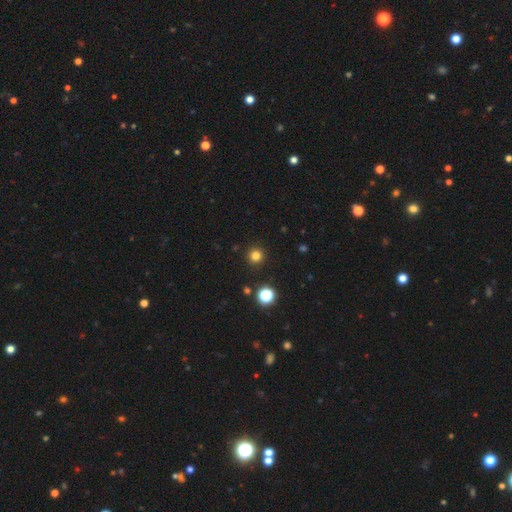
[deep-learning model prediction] Smooth or featured: smooth — 80% (star or artifact — 15%)
How rounded: round — 95% (in between — 4%)
Merging: none — 92% (minor disturbance — 5%)